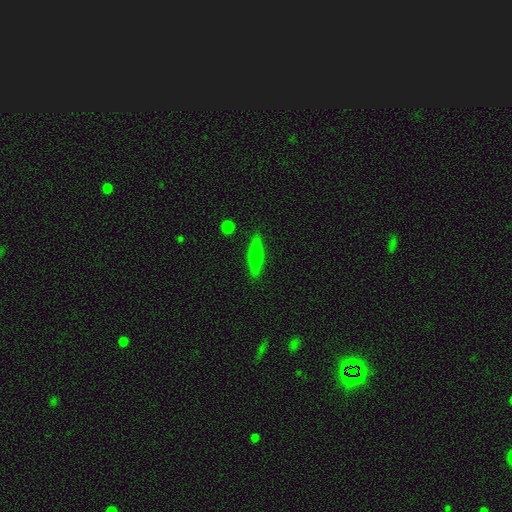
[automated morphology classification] The model was most divided on "smooth or featured": smooth: 51%, featured or disk: 42%, star or artifact: 7%. More confident: merging — none (88%); how rounded — cigar-shaped (83%).